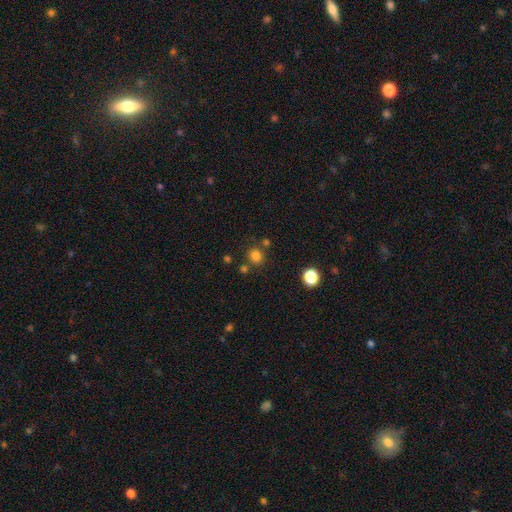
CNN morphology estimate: Smooth or featured? Predicted: smooth (p=0.79). How rounded? Predicted: round (p=0.88). Merging? Predicted: none (p=0.78).